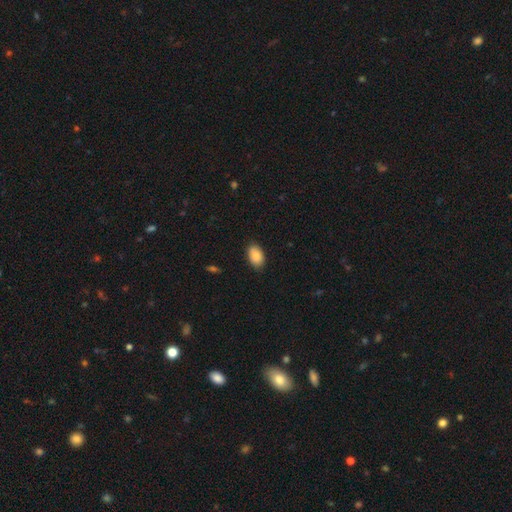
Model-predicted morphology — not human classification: Overall: smooth (86%). How rounded: in between (91%). Merging: none (85%).